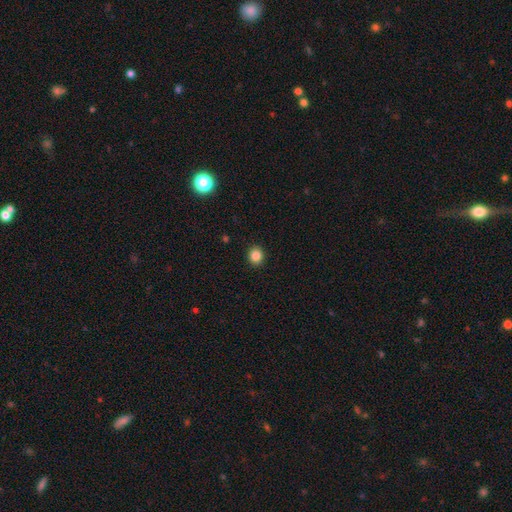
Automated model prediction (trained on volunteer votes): The model was most divided on "how rounded": round: 79%, in between: 21%, cigar-shaped: 1%. More confident: merging — none (92%); smooth or featured — smooth (86%).